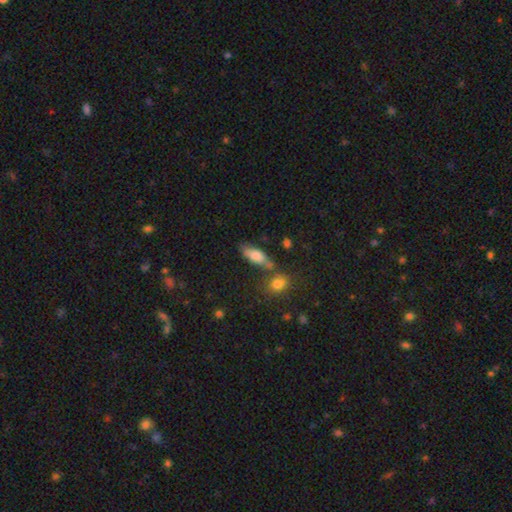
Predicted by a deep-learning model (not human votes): A smooth galaxy with no disk features (76%) that is in between round and cigar-shaped (74%). Merging: none (62%).